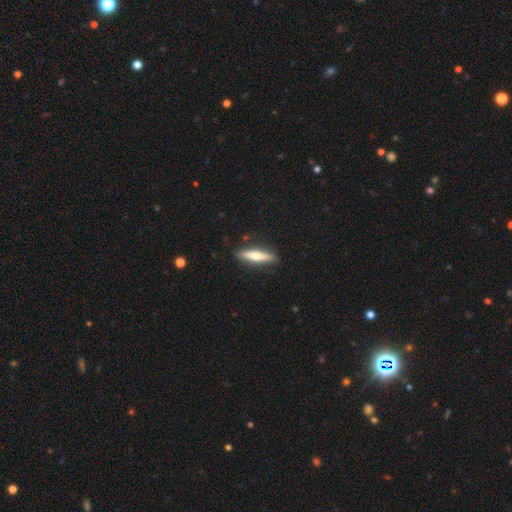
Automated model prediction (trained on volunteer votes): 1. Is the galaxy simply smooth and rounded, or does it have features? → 52% smooth, 42% featured or disk, 6% star or artifact.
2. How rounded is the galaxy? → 83% cigar-shaped, 15% in between, 2% round.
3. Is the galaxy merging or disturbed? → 89% none, 8% minor disturbance, 2% major disturbance, 1% merger.